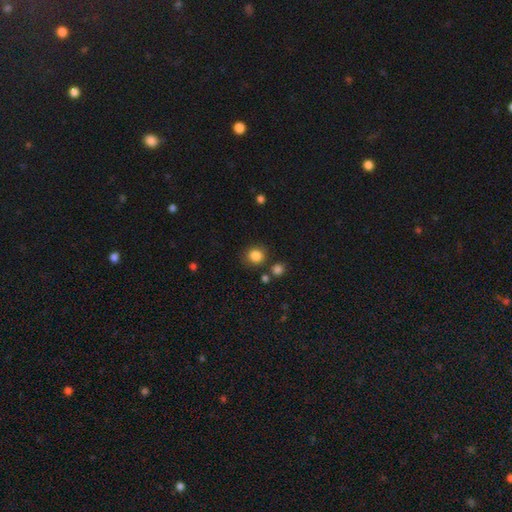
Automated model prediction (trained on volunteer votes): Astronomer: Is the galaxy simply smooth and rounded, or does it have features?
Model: smooth — 85%.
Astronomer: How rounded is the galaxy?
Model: round — 86%.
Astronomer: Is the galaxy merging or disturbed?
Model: none — 80%.